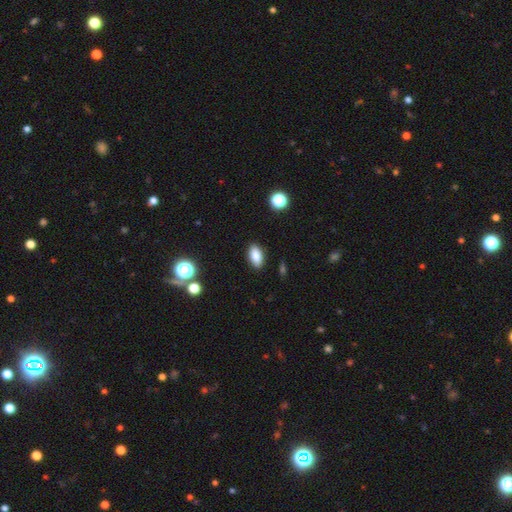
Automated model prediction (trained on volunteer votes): smooth 83%, star or artifact 9%, featured or disk 8%. Down the decision tree: how rounded — in between (89%); merging — none (89%).